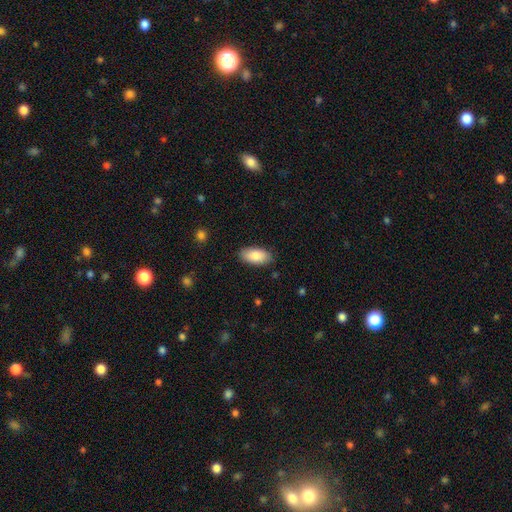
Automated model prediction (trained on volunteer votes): A smooth galaxy with no disk features (87%) that is in between round and cigar-shaped (93%). Merging: none (87%).